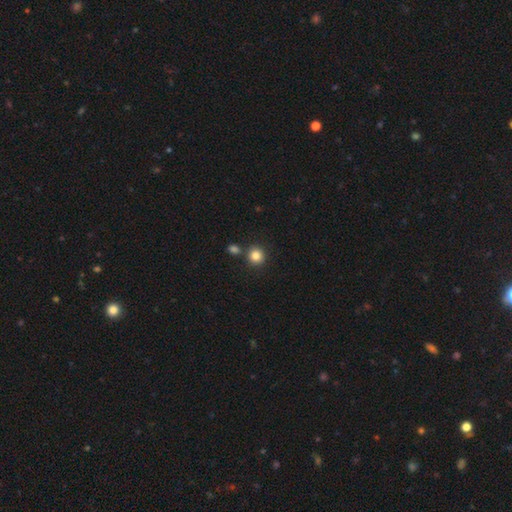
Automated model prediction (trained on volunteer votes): A smooth galaxy with no disk features (84%) that is round (92%). Merging: none (80%).